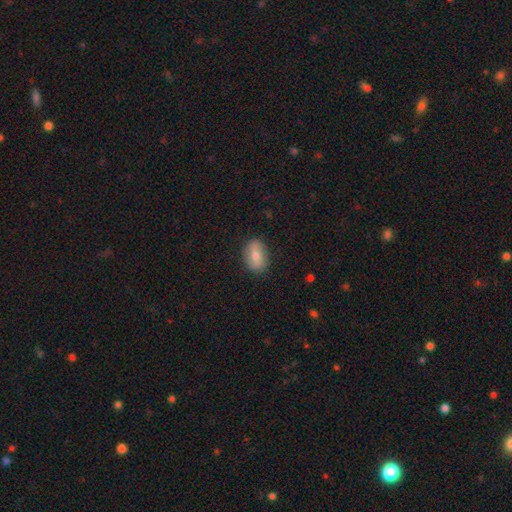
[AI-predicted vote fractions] smooth 67%, featured or disk 25%, star or artifact 8%. Down the decision tree: how rounded — in between (77%); merging — none (84%).